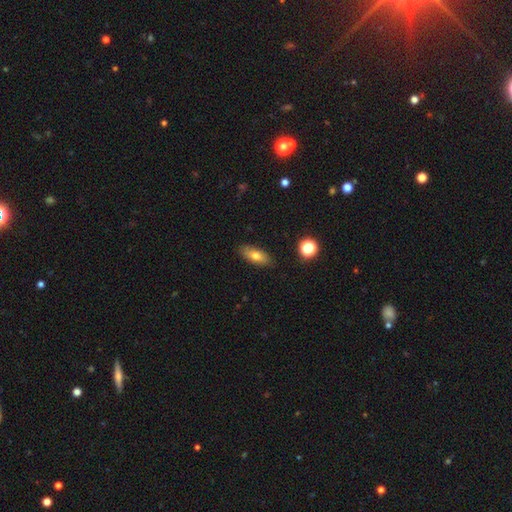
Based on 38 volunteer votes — Smooth or featured? smooth (76%)
How rounded? in between (69%)
Merging? none (97%)